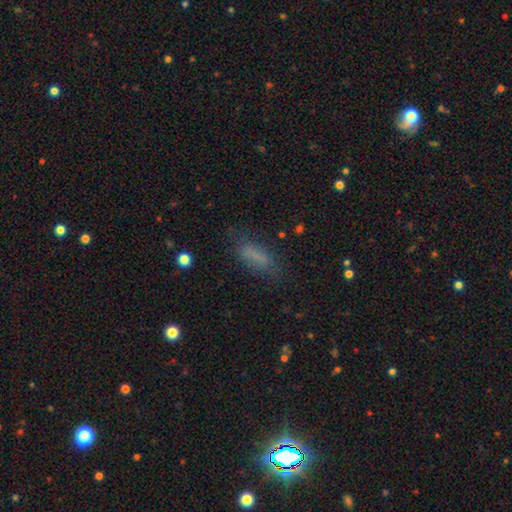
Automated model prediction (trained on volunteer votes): Smooth or featured?
  - smooth: 73% *
  - featured or disk: 14%
  - star or artifact: 13%
How rounded?
  - in between: 52% *
  - cigar-shaped: 45%
  - round: 3%
Merging?
  - none: 71% *
  - minor disturbance: 18%
  - major disturbance: 9%
  - merger: 2%